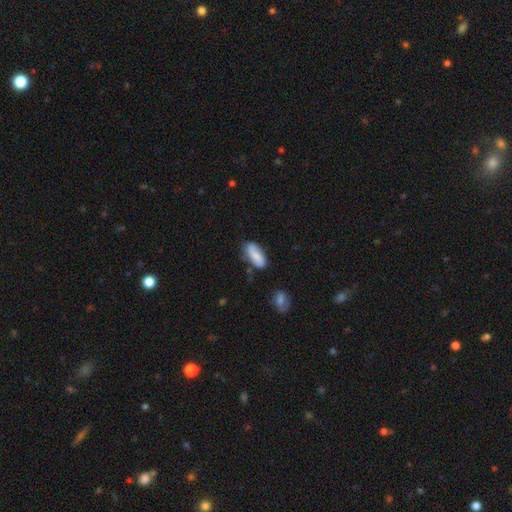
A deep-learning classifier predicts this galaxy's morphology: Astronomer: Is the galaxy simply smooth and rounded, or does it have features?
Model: smooth — 76%.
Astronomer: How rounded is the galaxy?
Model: in between — 83%.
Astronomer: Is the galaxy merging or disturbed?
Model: none — 69%.